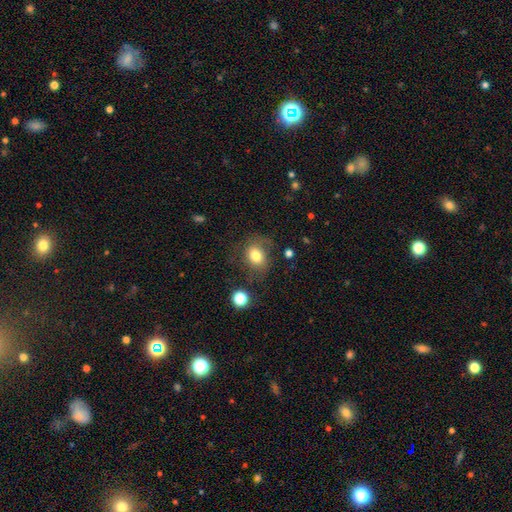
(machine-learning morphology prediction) smooth-or-featured: smooth: 78% | featured or disk: 12% | star or artifact: 10%
  how-rounded: round: 50% | in between: 49% | cigar-shaped: 1%
  merging: none: 64% | minor disturbance: 22% | major disturbance: 11% | merger: 3%